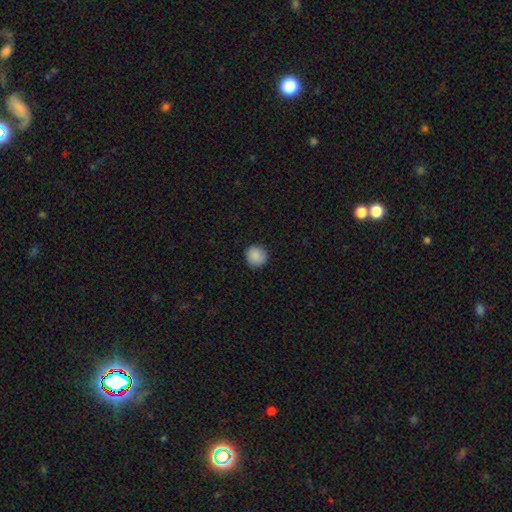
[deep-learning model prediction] Smooth or featured? smooth (89%)
How rounded? round (94%)
Merging? none (91%)